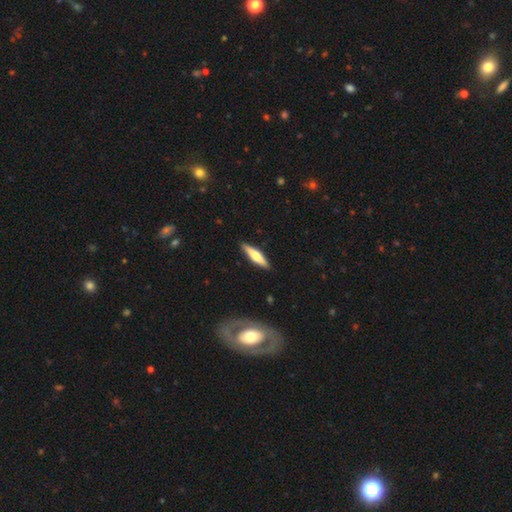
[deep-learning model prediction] Smooth or featured: smooth — 49% (featured or disk — 46%)
Merging: none — 90% (minor disturbance — 7%)